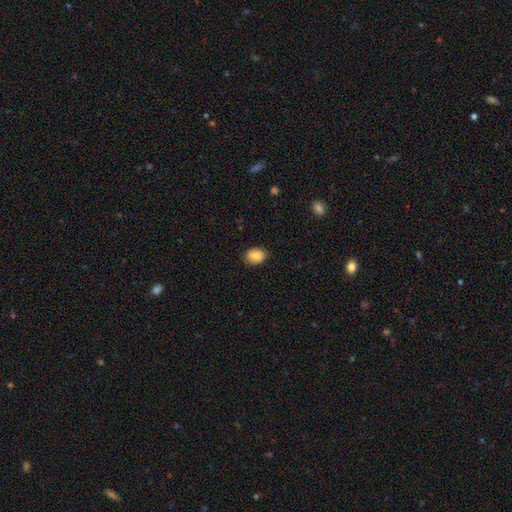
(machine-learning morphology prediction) smooth 81%, featured or disk 11%, star or artifact 8%. Down the decision tree: how rounded — in between (62%); merging — none (84%).